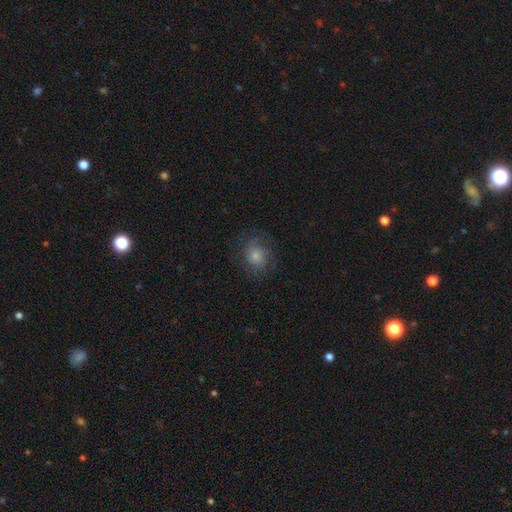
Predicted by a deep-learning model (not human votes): smooth_or_featured: smooth (p=0.49) [alt: featured or disk p=0.35]
merging: none (p=0.74) [alt: minor disturbance p=0.16]